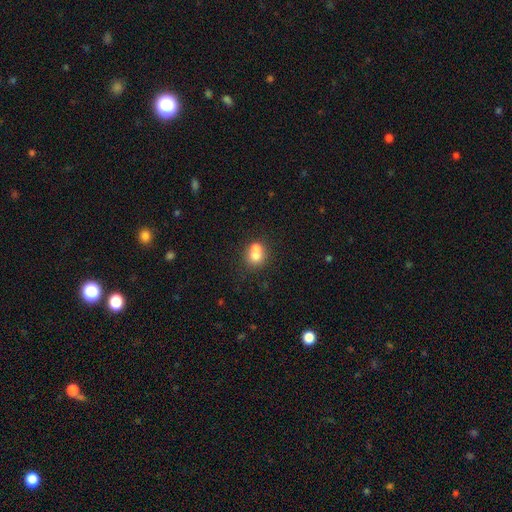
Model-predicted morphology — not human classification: smooth_or_featured: smooth (p=0.69) [alt: featured or disk p=0.21]
how_rounded: round (p=0.69) [alt: in between p=0.30]
merging: merger (p=0.60) [alt: none p=0.30]